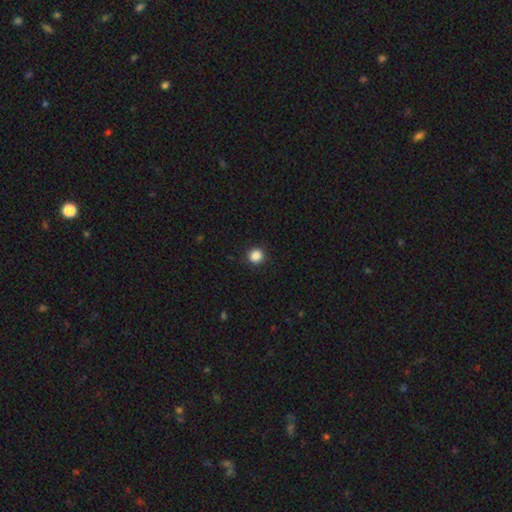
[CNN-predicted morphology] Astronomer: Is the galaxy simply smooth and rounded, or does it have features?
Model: smooth — 86%.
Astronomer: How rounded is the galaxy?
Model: round — 93%.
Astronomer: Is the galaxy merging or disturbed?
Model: none — 91%.